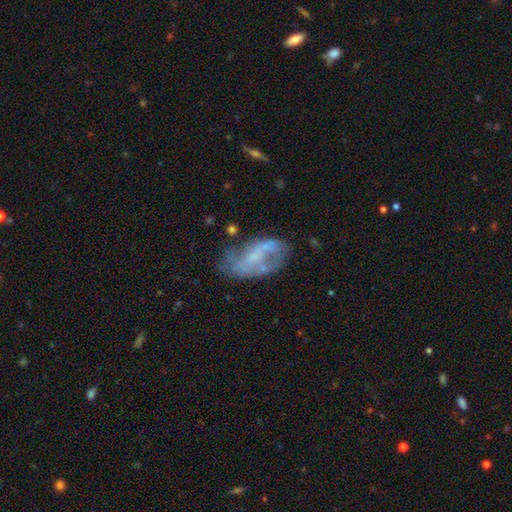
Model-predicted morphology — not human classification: Smooth or featured? featured or disk (61%)
Edge-on disk? no (94%)
Bar? no (54%)
Spiral arms? yes (53%)
Bulge size? small (42%)
Merging? none (49%)